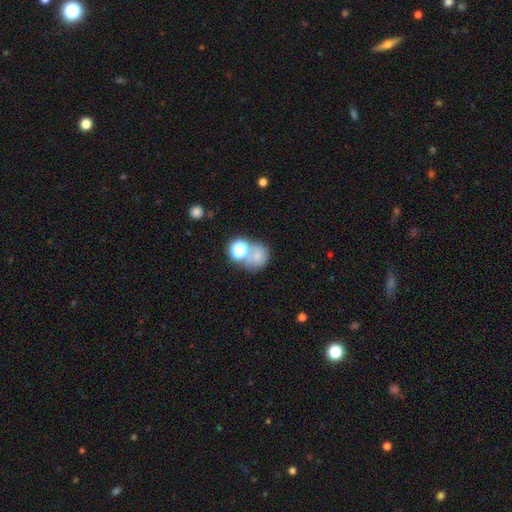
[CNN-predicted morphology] This appears to be a smooth galaxy with no disk features (67%) that is round (73%). Merging: merger (41%).